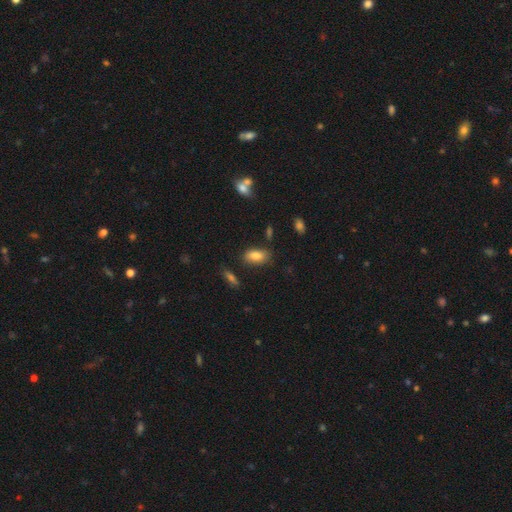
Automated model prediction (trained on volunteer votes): smooth-or-featured: smooth: 83% | featured or disk: 9% | star or artifact: 8%
  how-rounded: in between: 90% | cigar-shaped: 6% | round: 4%
  merging: none: 77% | minor disturbance: 15% | merger: 4% | major disturbance: 4%